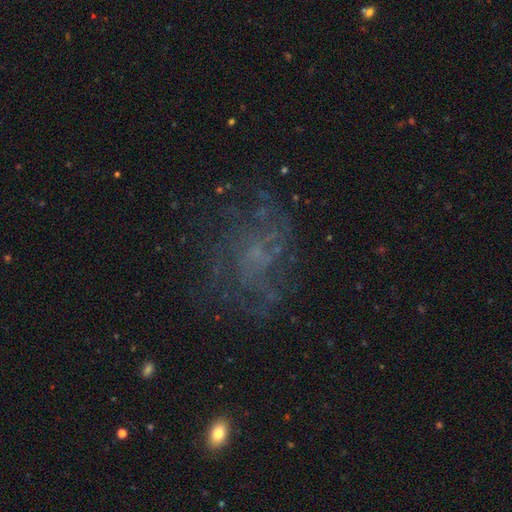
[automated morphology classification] Smooth or featured? Predicted: featured or disk (p=0.61). Edge-on disk? Predicted: no (p=0.97). Bar? Predicted: no (p=0.78). Spiral arms? Predicted: yes (p=0.71). Bulge size? Predicted: small (p=0.42, tied with none). Merging? Predicted: none (p=0.64).